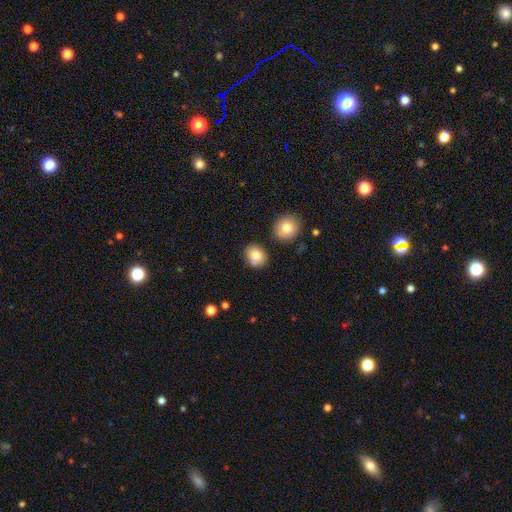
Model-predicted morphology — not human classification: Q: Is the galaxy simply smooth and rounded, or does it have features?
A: smooth — 79%.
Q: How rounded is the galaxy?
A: round — 63%.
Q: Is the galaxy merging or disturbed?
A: none — 73%.